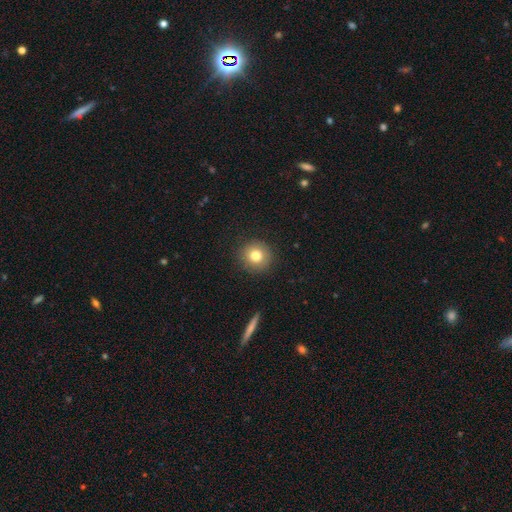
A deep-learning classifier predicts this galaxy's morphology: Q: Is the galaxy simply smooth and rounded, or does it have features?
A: smooth — 79%.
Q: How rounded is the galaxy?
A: round — 92%.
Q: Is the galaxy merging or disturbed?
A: none — 90%.